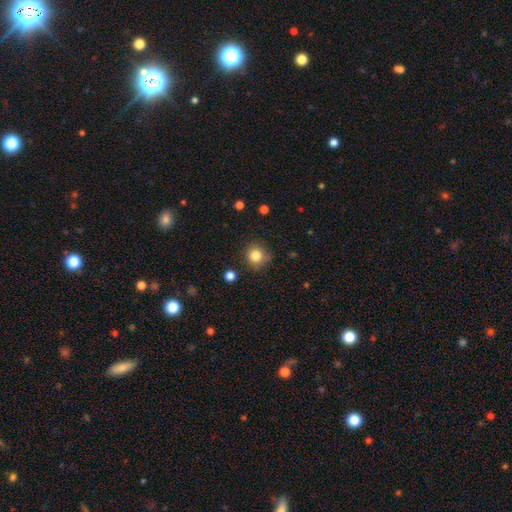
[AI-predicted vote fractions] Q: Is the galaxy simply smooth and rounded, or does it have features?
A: smooth — 83%.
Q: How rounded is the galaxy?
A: round — 91%.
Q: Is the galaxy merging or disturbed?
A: none — 82%.